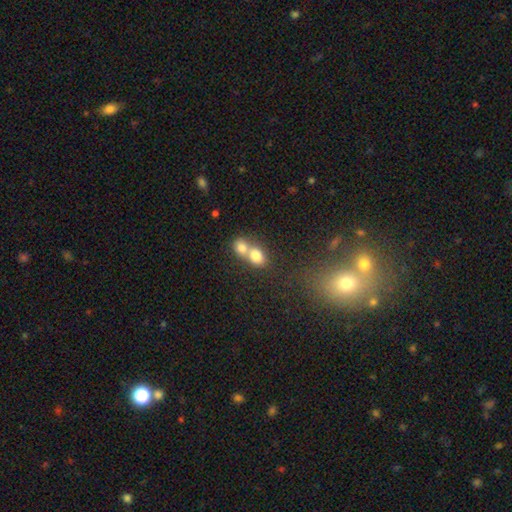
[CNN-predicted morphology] Smooth or featured?
  - smooth: 76% *
  - featured or disk: 14%
  - star or artifact: 10%
How rounded?
  - in between: 50% *
  - round: 48%
  - cigar-shaped: 2%
Merging?
  - merger: 71% *
  - none: 21%
  - minor disturbance: 5%
  - major disturbance: 3%